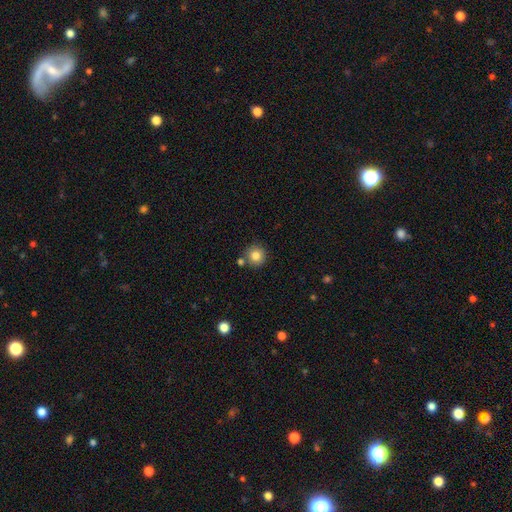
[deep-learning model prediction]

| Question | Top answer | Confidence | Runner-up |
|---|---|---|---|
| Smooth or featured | smooth | 83% | star or artifact (10%) |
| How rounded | round | 93% | in between (6%) |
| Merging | none | 80% | merger (9%) |